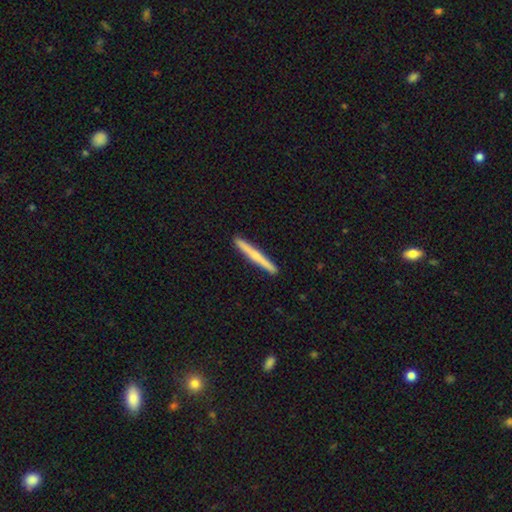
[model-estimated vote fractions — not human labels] Smooth or featured: smooth — 53% (featured or disk — 42%)
How rounded: cigar-shaped — 97% (in between — 2%)
Merging: none — 92% (minor disturbance — 5%)